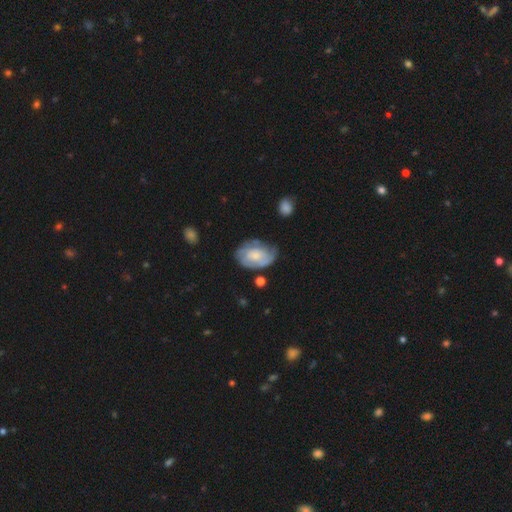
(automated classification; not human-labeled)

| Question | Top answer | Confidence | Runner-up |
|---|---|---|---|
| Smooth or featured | featured or disk | 54% | smooth (40%) |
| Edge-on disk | no | 97% | yes (3%) |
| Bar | no | 78% | weak (20%) |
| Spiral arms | yes | 74% | no (26%) |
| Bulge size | small | 42% | moderate (35%) |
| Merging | none | 55% | minor disturbance (29%) |